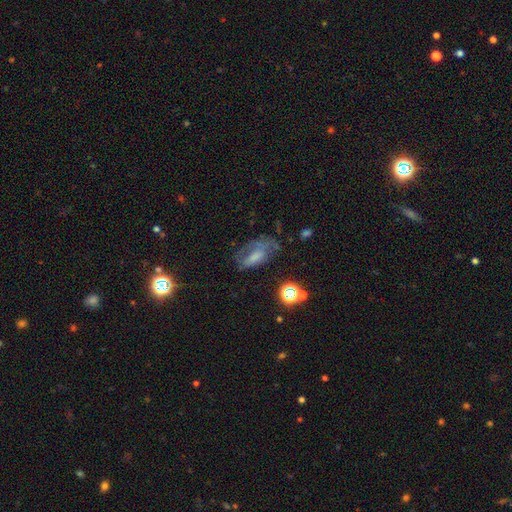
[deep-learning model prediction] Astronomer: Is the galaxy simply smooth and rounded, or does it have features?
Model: featured or disk — 43% (runner-up: smooth, 41%).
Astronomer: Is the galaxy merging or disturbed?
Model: none — 40% (runner-up: major disturbance, 30%).